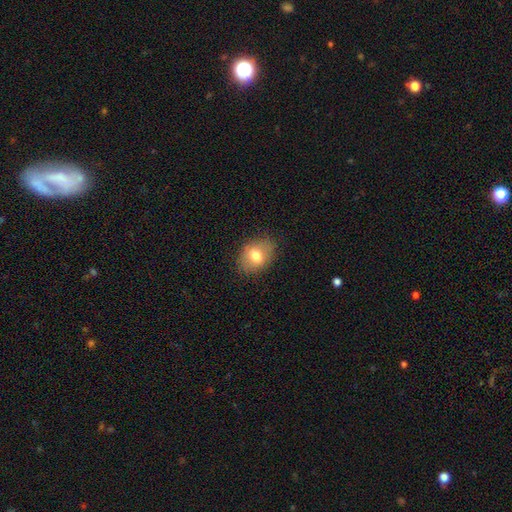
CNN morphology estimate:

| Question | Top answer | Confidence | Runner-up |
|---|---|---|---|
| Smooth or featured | smooth | 72% | featured or disk (19%) |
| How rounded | in between | 66% | round (32%) |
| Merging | none | 78% | minor disturbance (16%) |